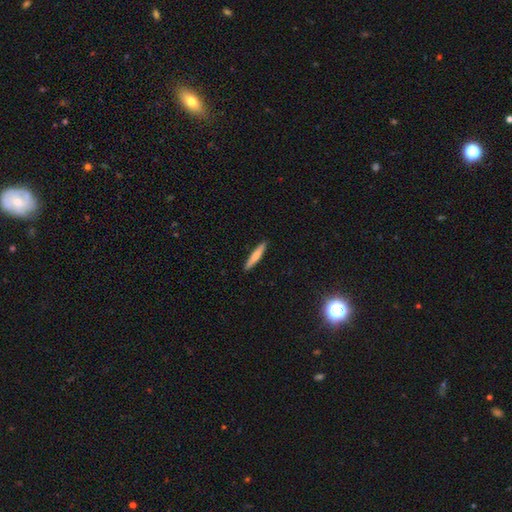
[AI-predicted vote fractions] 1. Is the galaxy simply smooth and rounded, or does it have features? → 69% smooth, 25% featured or disk, 6% star or artifact.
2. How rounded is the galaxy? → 92% cigar-shaped, 6% in between, 1% round.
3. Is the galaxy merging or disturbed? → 91% none, 6% minor disturbance, 1% major disturbance, 1% merger.